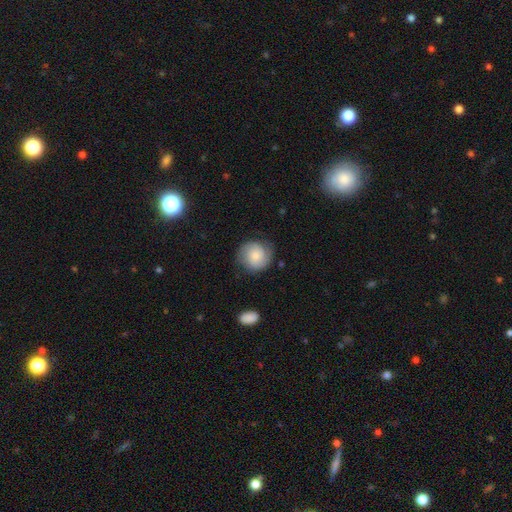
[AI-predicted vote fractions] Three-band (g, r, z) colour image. It shows a smooth galaxy with no disk features (55%) that is round (87%). Merging: none (75%).